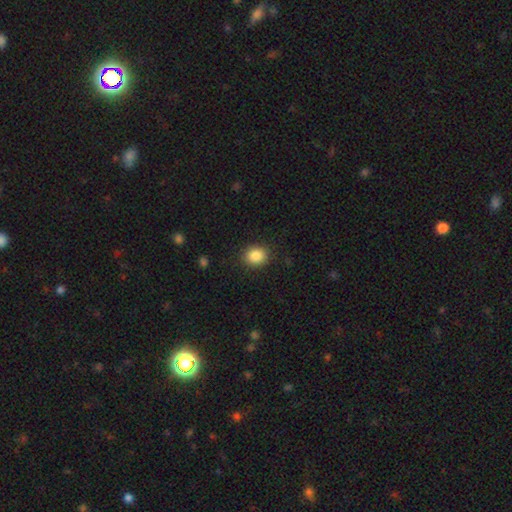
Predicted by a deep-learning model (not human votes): Overall: smooth (86%). How rounded: round (65%; in between 35%). Merging: none (88%).